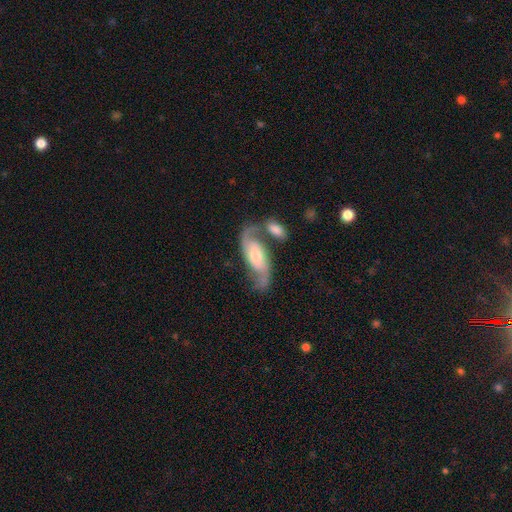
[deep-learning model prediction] The model was most divided on "bar": no: 45%, weak: 37%, strong: 18%. Remaining: spiral arms — yes (95%); edge-on disk — no (93%); spiral arm count — 2 (90%); smooth or featured — featured or disk (81%); bulge size — moderate (56%); spiral winding — loose (53%); merging — none (49%).